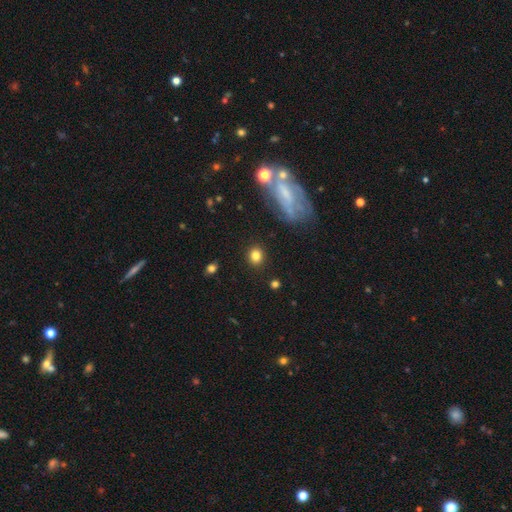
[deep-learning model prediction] A smooth galaxy with no disk features (80%) that is round (79%). Merging: none (88%).